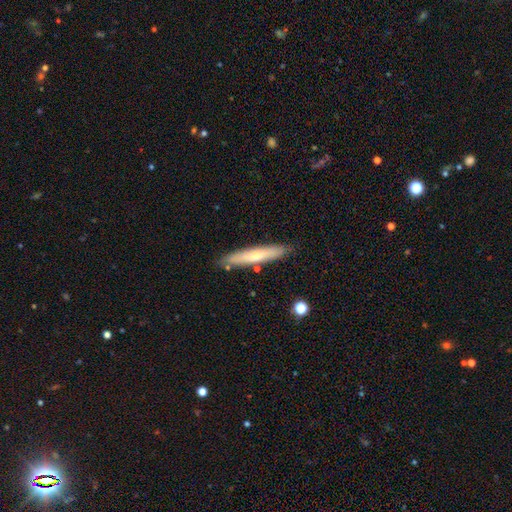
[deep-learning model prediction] This appears to be a smooth galaxy with no disk features (59%) that is cigar-shaped (91%). Merging: none (84%).